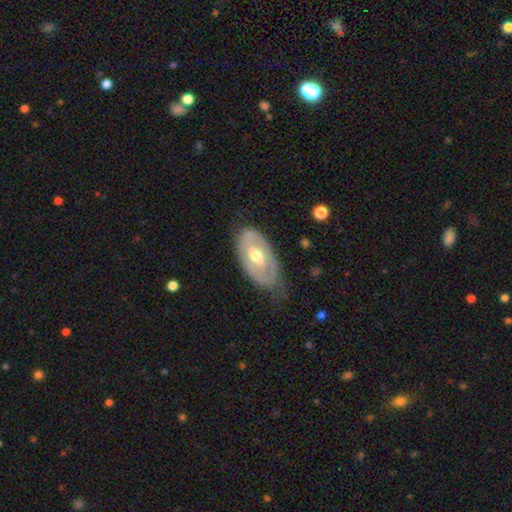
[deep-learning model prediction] This is likely a featured or disk galaxy (67%). It is clearly not viewed edge-on (91%). Bar: possibly no (47%). Spiral arm pattern: possibly no (50%, tied with yes). Central bulge: likely moderate (72%). Merging: likely none (61%).